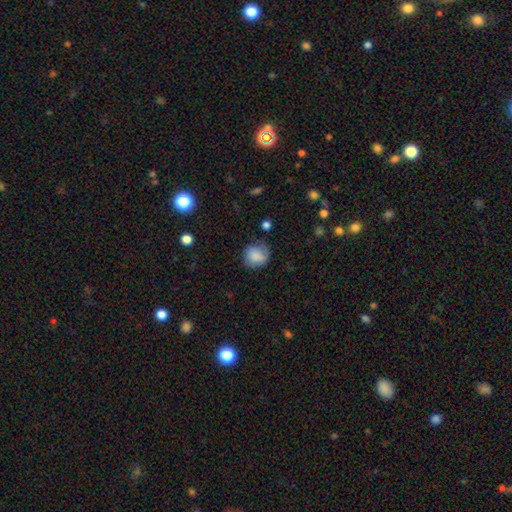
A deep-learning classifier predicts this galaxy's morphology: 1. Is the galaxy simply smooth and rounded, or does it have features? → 78% smooth, 13% featured or disk, 9% star or artifact.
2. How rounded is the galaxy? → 80% round, 19% in between, 1% cigar-shaped.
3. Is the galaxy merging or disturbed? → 63% none, 25% minor disturbance, 10% major disturbance, 2% merger.